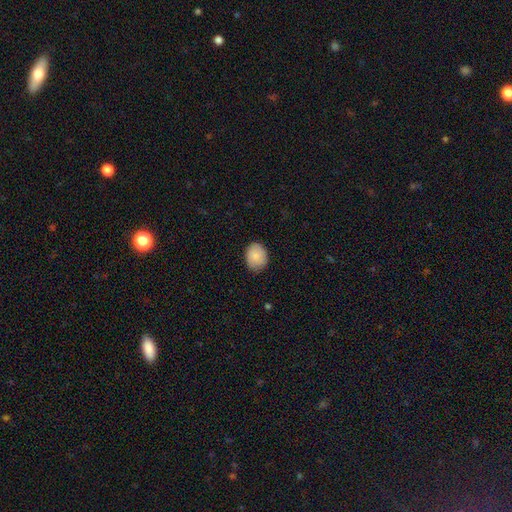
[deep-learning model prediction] This appears to be a smooth galaxy with no disk features (87%) that is in between round and cigar-shaped (51%). Merging: none (82%).